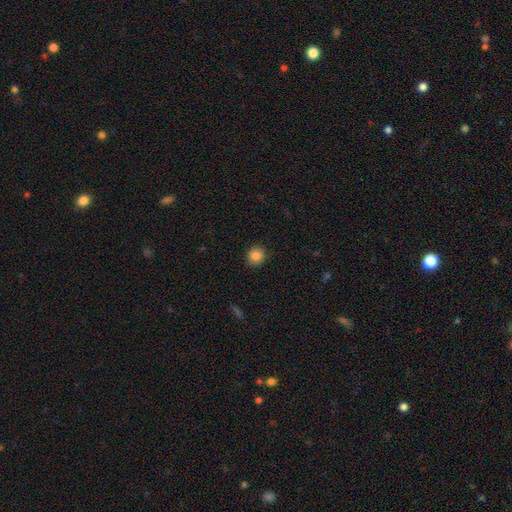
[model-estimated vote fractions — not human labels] Overall: smooth (85%). How rounded: round (87%). Merging: none (90%).